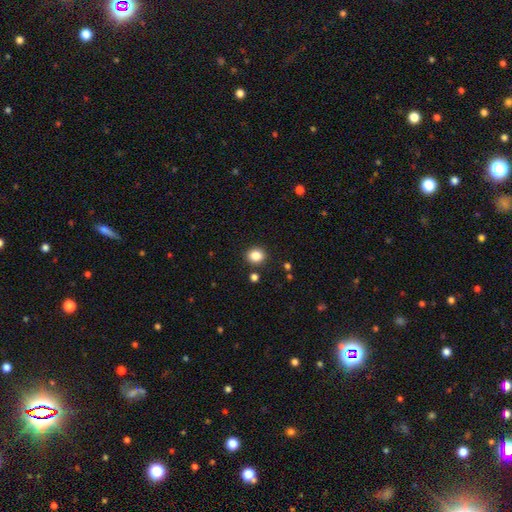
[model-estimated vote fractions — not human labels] A smooth galaxy with no disk features (85%) that is round (73%). Merging: none (88%).